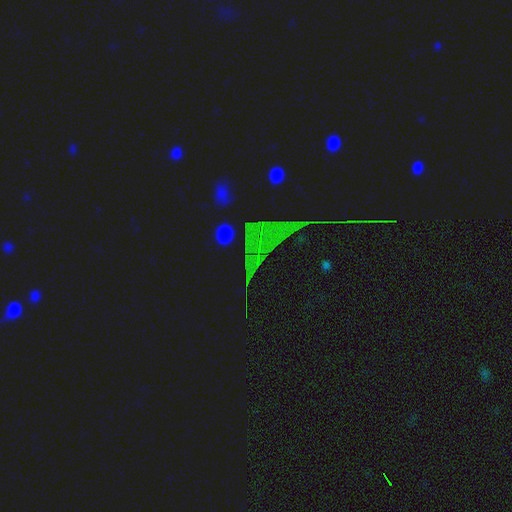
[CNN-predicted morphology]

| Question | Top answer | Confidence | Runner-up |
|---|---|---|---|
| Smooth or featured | star or artifact | 73% | smooth (15%) |